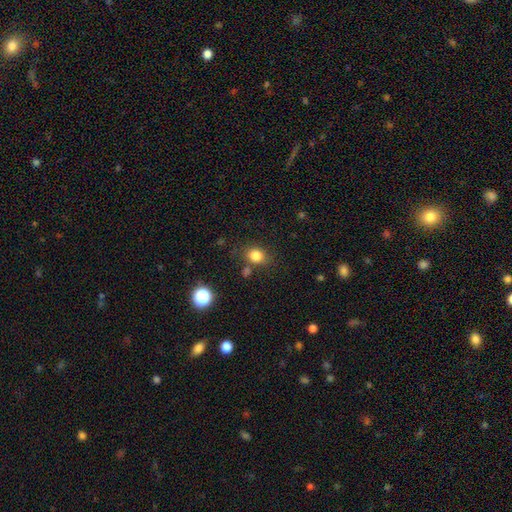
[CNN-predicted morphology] The model was most divided on "how rounded": round: 66%, in between: 33%, cigar-shaped: 1%. More confident: smooth or featured — smooth (82%); merging — none (75%).